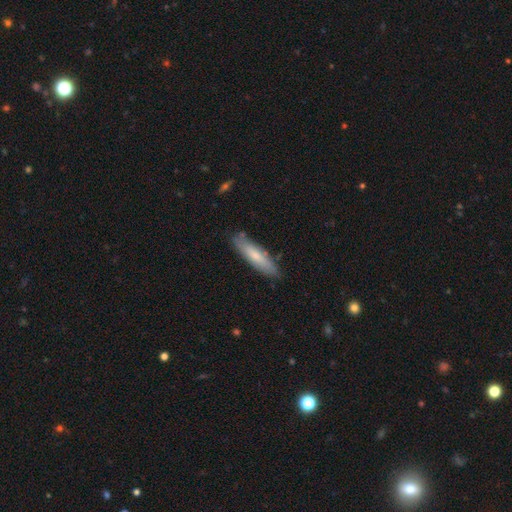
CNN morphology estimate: A smooth galaxy with no disk features (68%) that is cigar-shaped (74%).

Vote fractions:
- Smooth or featured? smooth: 68% / featured or disk: 27% / star or artifact: 6%
- How rounded? cigar-shaped: 74% / in between: 25% / round: 1%
- Merging? none: 82% / minor disturbance: 14% / major disturbance: 2% / merger: 2%